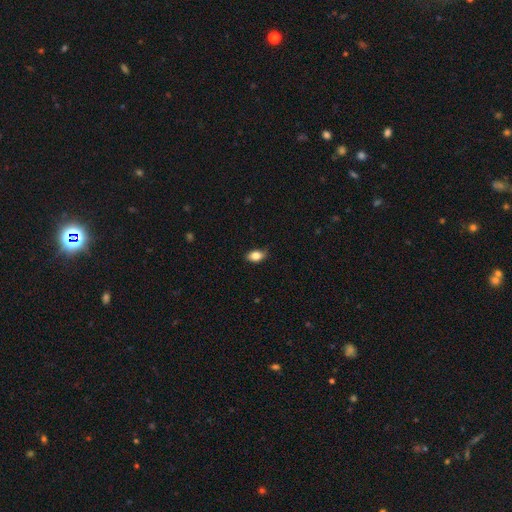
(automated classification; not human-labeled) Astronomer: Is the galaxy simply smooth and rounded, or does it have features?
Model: smooth — 83%.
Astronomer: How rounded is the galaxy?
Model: in between — 86%.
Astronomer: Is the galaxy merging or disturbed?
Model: none — 80%.